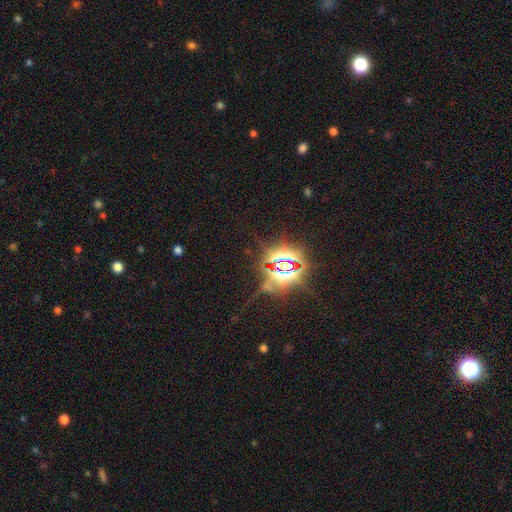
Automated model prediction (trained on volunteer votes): The model was most divided on "smooth or featured": star or artifact: 85%, smooth: 9%, featured or disk: 6%.